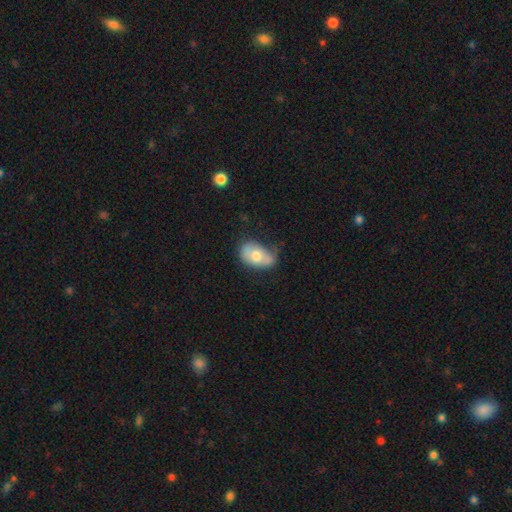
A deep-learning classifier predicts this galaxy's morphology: A smooth galaxy with no disk features (63%) that is in between round and cigar-shaped (87%). Merging: none (43%).